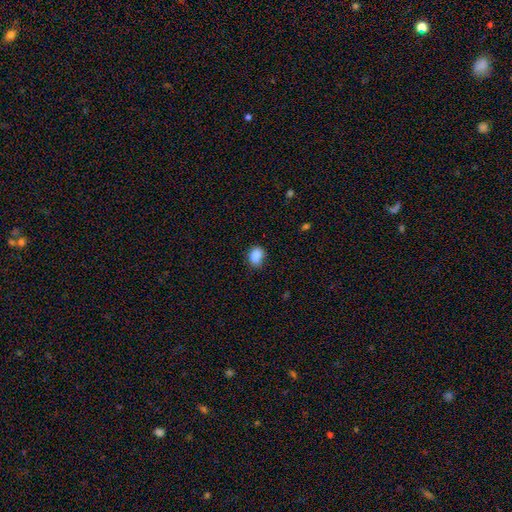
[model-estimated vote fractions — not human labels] This is clearly a smooth galaxy (86%). How rounded: likely in between (61%). Merging: likely none (70%).